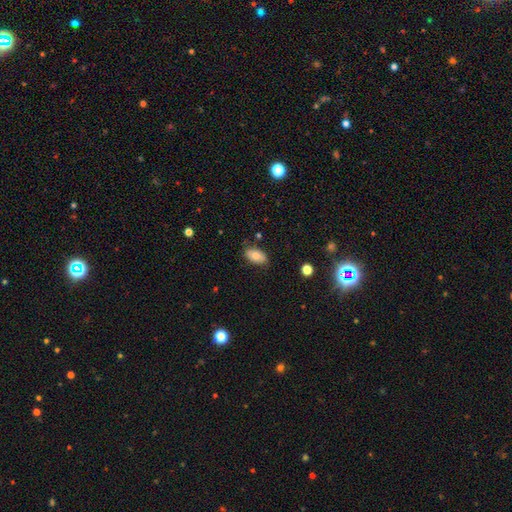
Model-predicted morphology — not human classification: A smooth galaxy with no disk features (75%) that is in between round and cigar-shaped (93%). Merging: none (80%).